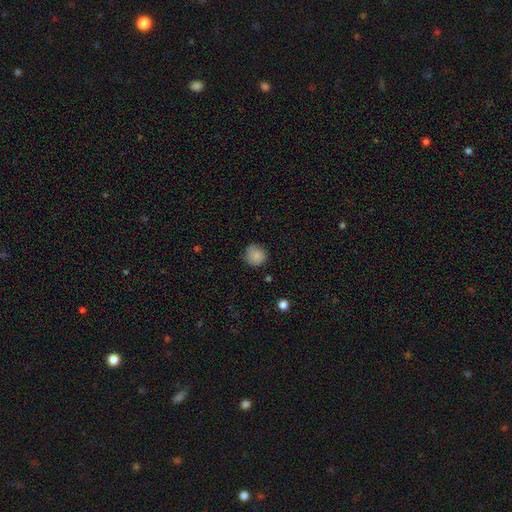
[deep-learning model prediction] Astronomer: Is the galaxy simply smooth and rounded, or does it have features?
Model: smooth — 86%.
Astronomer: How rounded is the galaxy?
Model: round — 88%.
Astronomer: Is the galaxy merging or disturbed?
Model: none — 76%.